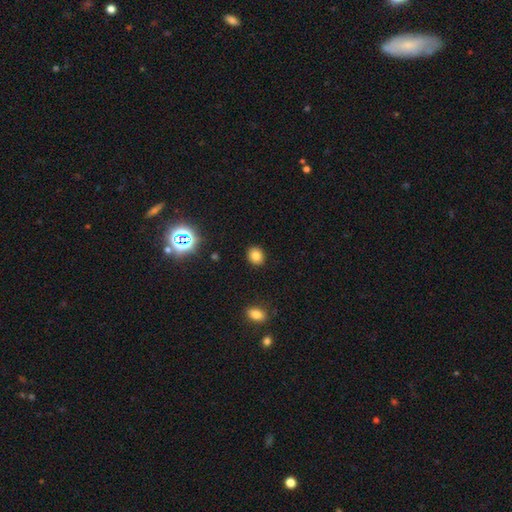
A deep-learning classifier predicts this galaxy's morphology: Smooth or featured?
  - smooth: 79% *
  - star or artifact: 14%
  - featured or disk: 6%
How rounded?
  - round: 67% *
  - in between: 32%
  - cigar-shaped: 1%
Merging?
  - none: 90% *
  - minor disturbance: 7%
  - major disturbance: 2%
  - merger: 1%